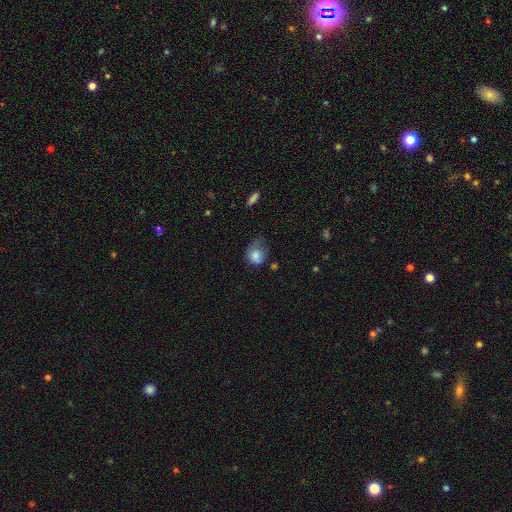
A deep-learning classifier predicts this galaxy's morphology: A smooth galaxy with no disk features (78%) that is round (55%). Merging: minor disturbance (38%).